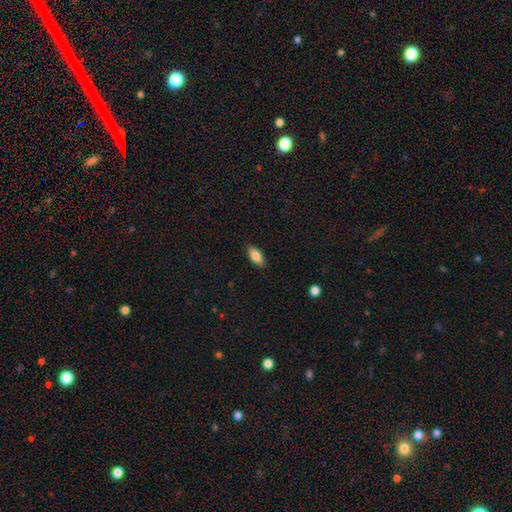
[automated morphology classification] This appears to be a smooth galaxy with no disk features (84%) that is in between round and cigar-shaped (88%). Merging: none (88%).